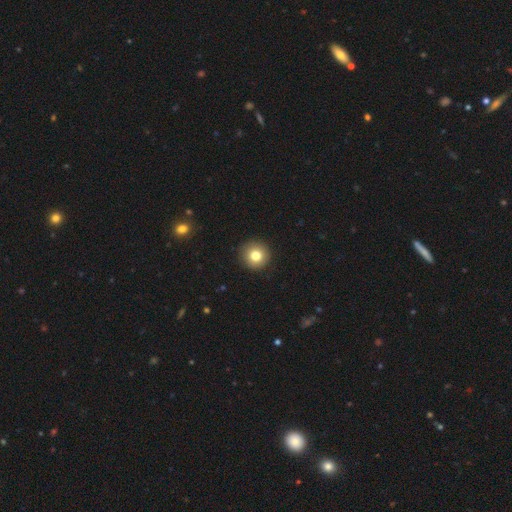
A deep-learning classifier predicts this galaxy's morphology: A smooth galaxy with no disk features (80%) that is round (95%). Merging: none (92%).